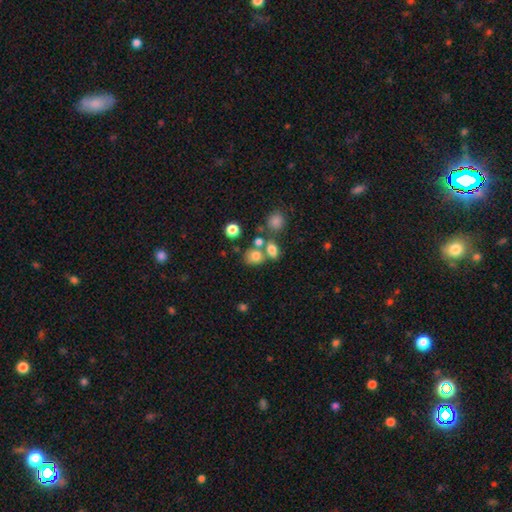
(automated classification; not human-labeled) smooth_or_featured: smooth (p=0.74) [alt: star or artifact p=0.15]
how_rounded: round (p=0.62) [alt: in between p=0.36]
merging: none (p=0.51) [alt: merger p=0.33]